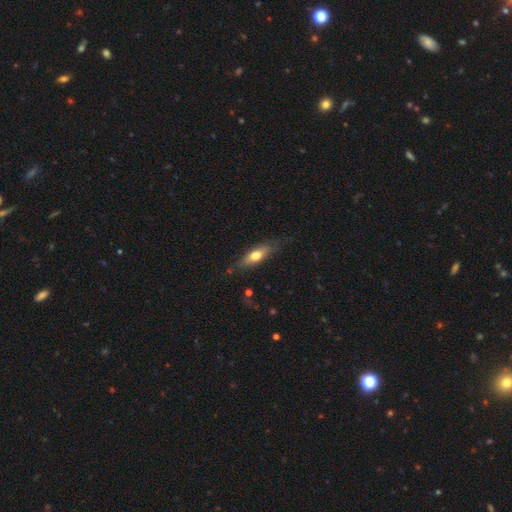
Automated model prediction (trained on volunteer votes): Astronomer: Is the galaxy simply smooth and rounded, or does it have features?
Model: smooth — 62%.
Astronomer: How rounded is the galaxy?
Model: in between — 51% (runner-up: cigar-shaped, 46%).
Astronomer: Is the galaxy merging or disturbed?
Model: none — 73%.